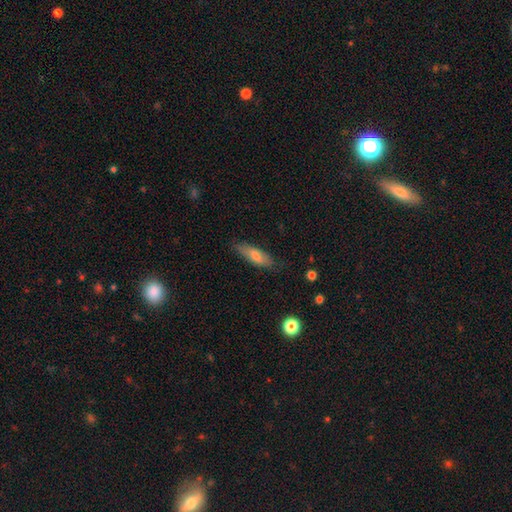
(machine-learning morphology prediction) This appears to be a smooth galaxy with no disk features (74%) that is cigar-shaped (51%). Merging: none (76%).